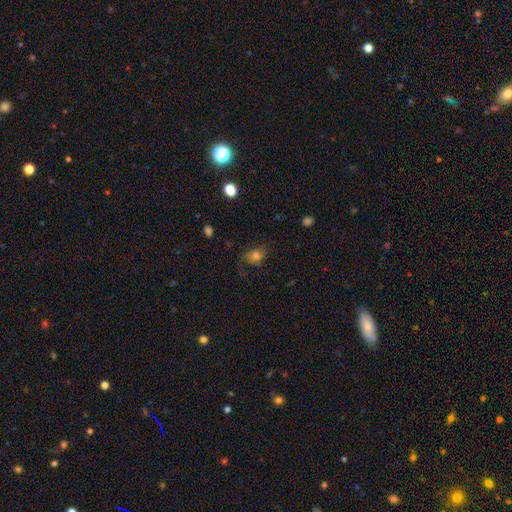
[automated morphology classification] Smooth or featured? Predicted: smooth (p=0.73). How rounded? Predicted: round (p=0.53). Merging? Predicted: none (p=0.62).